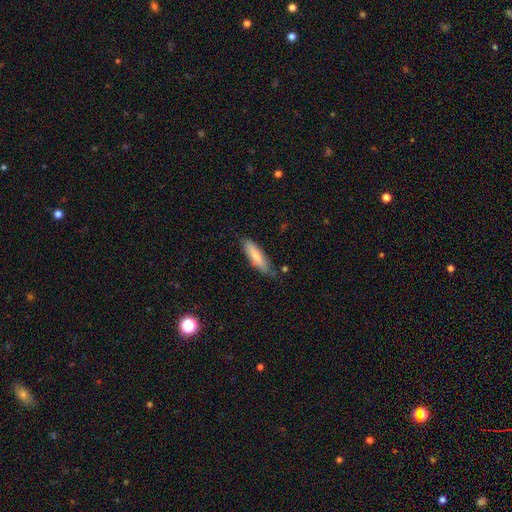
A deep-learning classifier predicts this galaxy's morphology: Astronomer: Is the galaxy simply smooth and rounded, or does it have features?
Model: smooth — 75%.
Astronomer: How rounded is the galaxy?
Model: cigar-shaped — 55% (runner-up: in between, 43%).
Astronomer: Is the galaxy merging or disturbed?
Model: none — 71%.